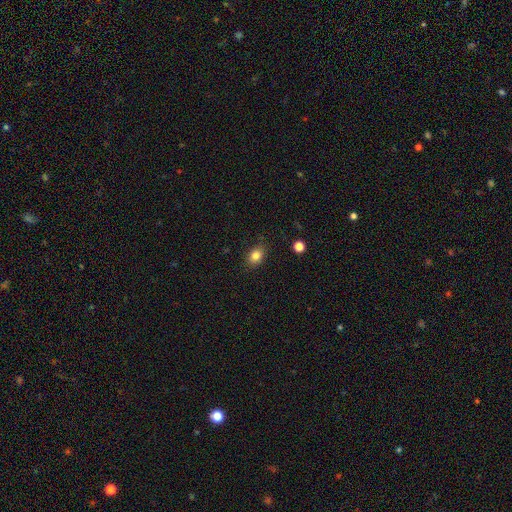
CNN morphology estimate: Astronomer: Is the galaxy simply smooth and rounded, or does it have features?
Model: smooth — 83%.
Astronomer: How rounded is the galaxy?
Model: in between — 66%.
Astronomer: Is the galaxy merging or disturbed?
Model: none — 85%.